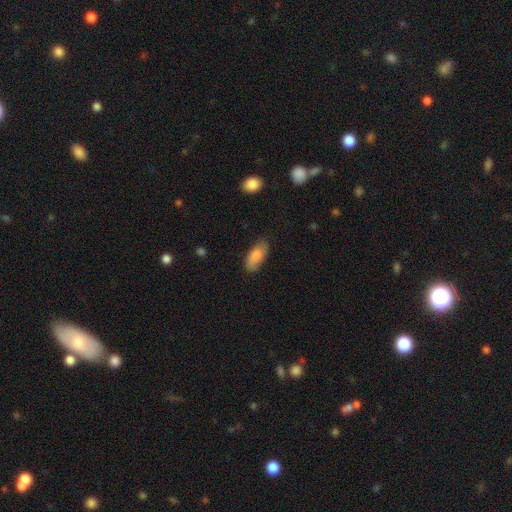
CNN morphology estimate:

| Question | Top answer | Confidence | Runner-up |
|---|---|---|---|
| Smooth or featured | smooth | 85% | featured or disk (9%) |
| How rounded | in between | 86% | cigar-shaped (12%) |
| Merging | none | 75% | minor disturbance (20%) |